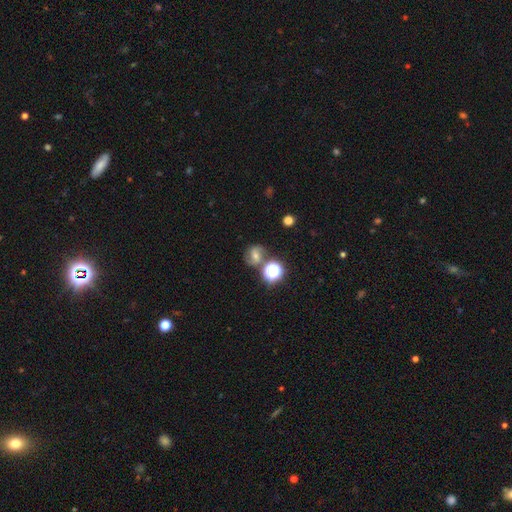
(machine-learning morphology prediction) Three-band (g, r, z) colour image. It shows a featured or disk galaxy (43%). Merging: none (69%).